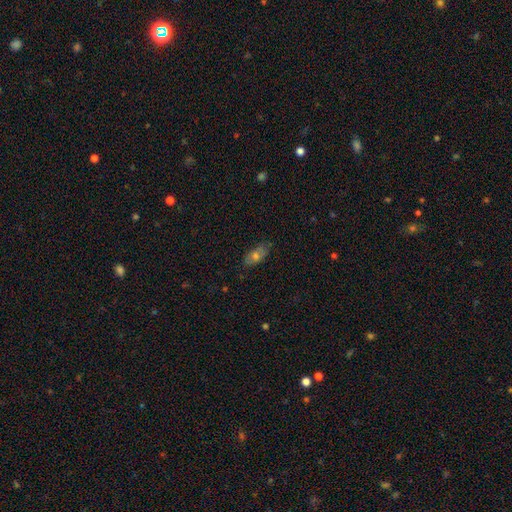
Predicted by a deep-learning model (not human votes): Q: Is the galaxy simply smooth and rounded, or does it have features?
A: smooth — 56%.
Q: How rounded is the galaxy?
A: in between — 81%.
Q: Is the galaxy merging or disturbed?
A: none — 77%.